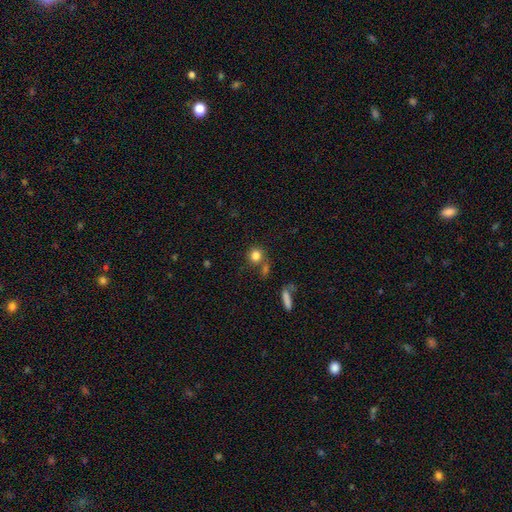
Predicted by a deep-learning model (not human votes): Smooth or featured? Predicted: smooth (p=0.82). How rounded? Predicted: round (p=0.87). Merging? Predicted: none (p=0.66).